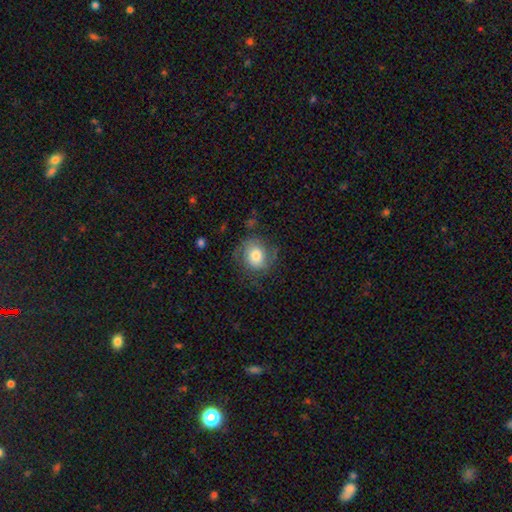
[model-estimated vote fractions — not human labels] This appears to be a smooth galaxy with no disk features (61%) that is round (72%). Merging: none (63%).